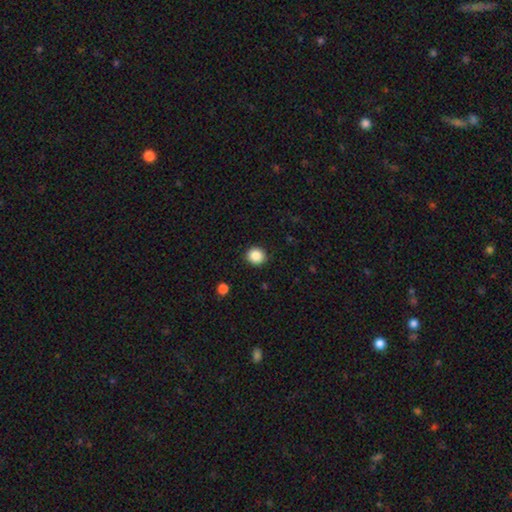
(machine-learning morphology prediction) Smooth or featured: smooth — 87% (star or artifact — 10%)
How rounded: round — 87% (in between — 12%)
Merging: none — 91% (minor disturbance — 6%)